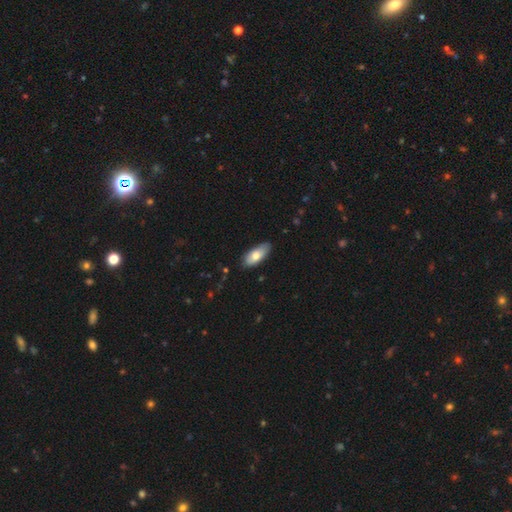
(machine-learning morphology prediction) A smooth galaxy with no disk features (73%) that is in between round and cigar-shaped (84%).

Vote fractions:
- Smooth or featured? smooth: 73% / featured or disk: 21% / star or artifact: 6%
- How rounded? in between: 84% / cigar-shaped: 14% / round: 2%
- Merging? none: 81% / minor disturbance: 16% / major disturbance: 2% / merger: 1%